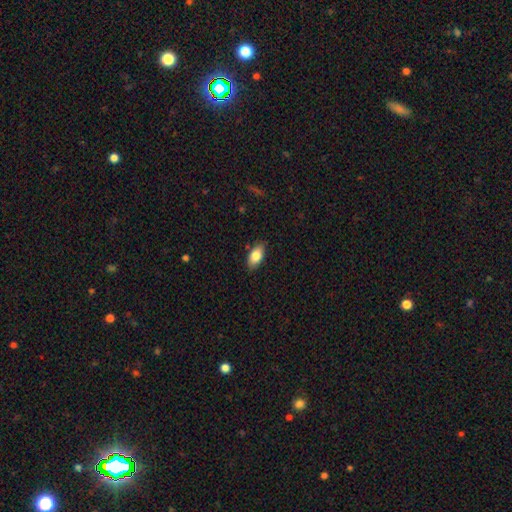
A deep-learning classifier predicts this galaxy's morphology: Smooth or featured? Predicted: smooth (p=0.82). How rounded? Predicted: in between (p=0.91). Merging? Predicted: none (p=0.86).